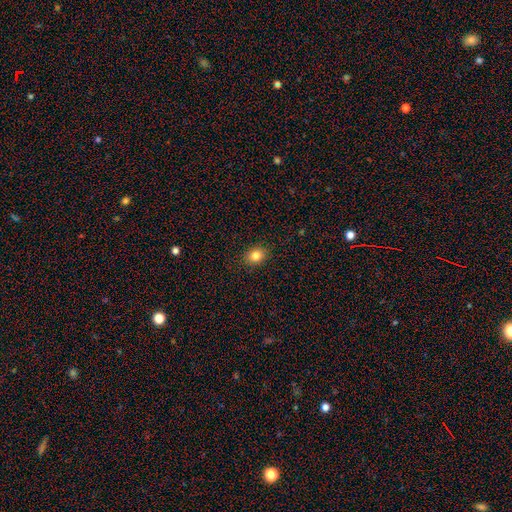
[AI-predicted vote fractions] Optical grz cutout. It shows a smooth galaxy with no disk features (83%) that is in between round and cigar-shaped (50%). Merging: none (90%).